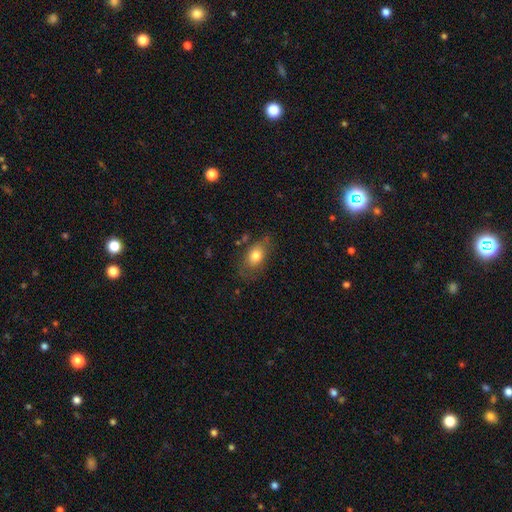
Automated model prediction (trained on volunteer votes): smooth 75%, featured or disk 16%, star or artifact 8%. Down the decision tree: how rounded — in between (82%); merging — none (68%).